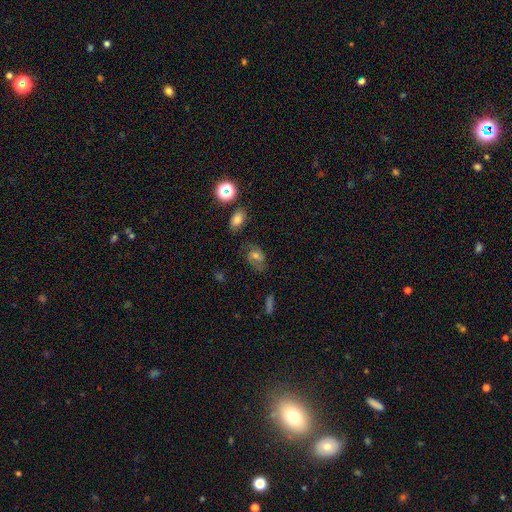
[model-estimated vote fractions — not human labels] A featured or disk galaxy (50%).

Vote fractions:
- Smooth or featured? featured or disk: 50% / smooth: 32% / star or artifact: 18%
- Edge-on disk? no: 95% / yes: 5%
- Merging? none: 69% / minor disturbance: 19% / major disturbance: 9% / merger: 3%